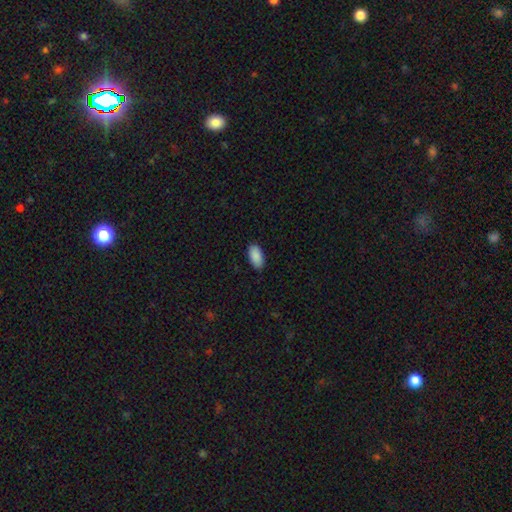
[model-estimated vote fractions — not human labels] Q: Smooth or featured?
A: smooth (91%); runner-up: star or artifact (6%)
Q: How rounded?
A: in between (95%); runner-up: cigar-shaped (3%)
Q: Merging?
A: none (88%); runner-up: minor disturbance (9%)